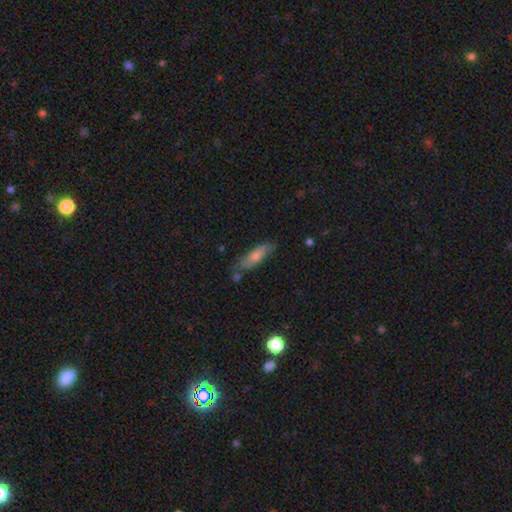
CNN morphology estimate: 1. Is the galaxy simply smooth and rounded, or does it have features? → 57% smooth, 35% featured or disk, 8% star or artifact.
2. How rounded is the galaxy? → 54% cigar-shaped, 43% in between, 3% round.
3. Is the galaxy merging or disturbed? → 69% none, 21% minor disturbance, 6% merger, 5% major disturbance.